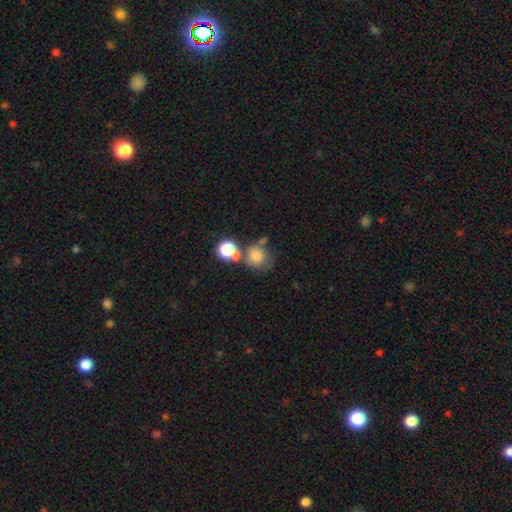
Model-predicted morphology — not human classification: This is likely a smooth galaxy (72%). How rounded: likely round (79%). Merging: marginally none (41%).